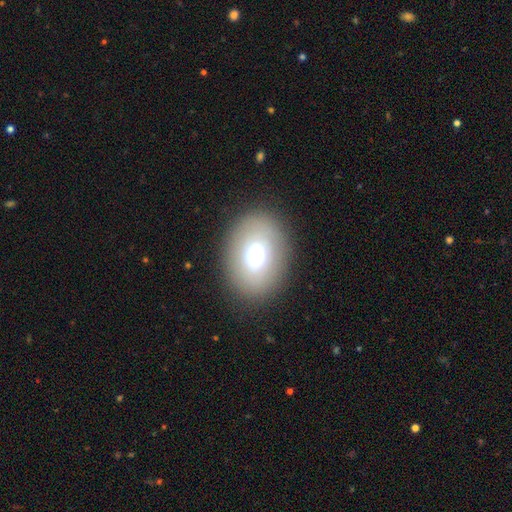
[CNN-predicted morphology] This is likely a smooth galaxy (66%). How rounded: possibly in between (59%). Merging: clearly none (86%).